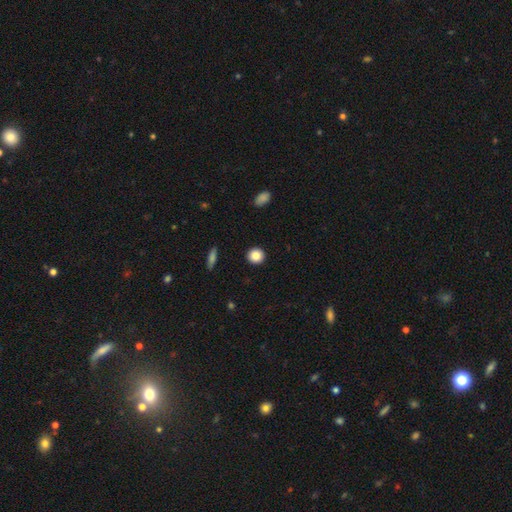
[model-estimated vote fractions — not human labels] A smooth galaxy with no disk features (86%) that is round (92%).

Vote fractions:
- Smooth or featured? smooth: 86% / star or artifact: 9% / featured or disk: 5%
- How rounded? round: 92% / in between: 7% / cigar-shaped: 1%
- Merging? none: 93% / minor disturbance: 5% / major disturbance: 2% / merger: 1%